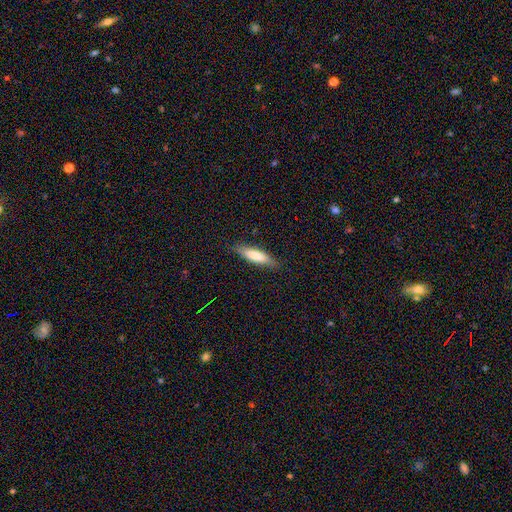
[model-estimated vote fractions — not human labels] The model was most divided on "how rounded": cigar-shaped: 69%, in between: 30%, round: 1%. More confident: merging — none (86%); smooth or featured — smooth (76%).